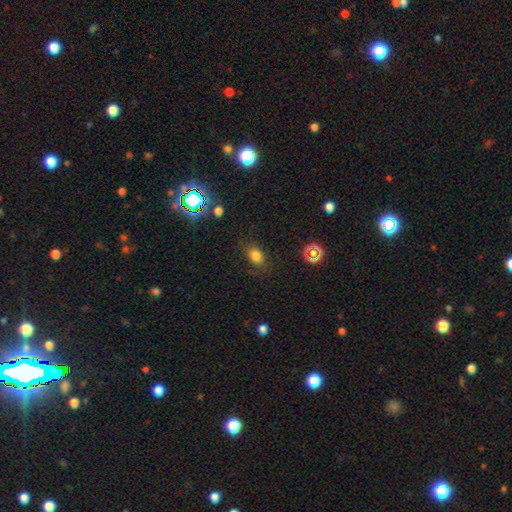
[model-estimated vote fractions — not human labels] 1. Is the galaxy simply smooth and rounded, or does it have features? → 77% smooth, 16% star or artifact, 7% featured or disk.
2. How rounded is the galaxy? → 67% in between, 31% round, 2% cigar-shaped.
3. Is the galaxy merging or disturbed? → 77% none, 16% minor disturbance, 6% major disturbance, 2% merger.